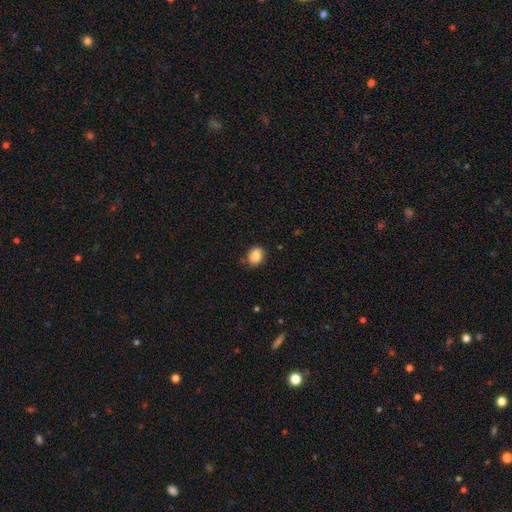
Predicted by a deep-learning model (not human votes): Smooth or featured: smooth — 86% (star or artifact — 8%)
How rounded: round — 53% (in between — 46%)
Merging: none — 72% (minor disturbance — 22%)